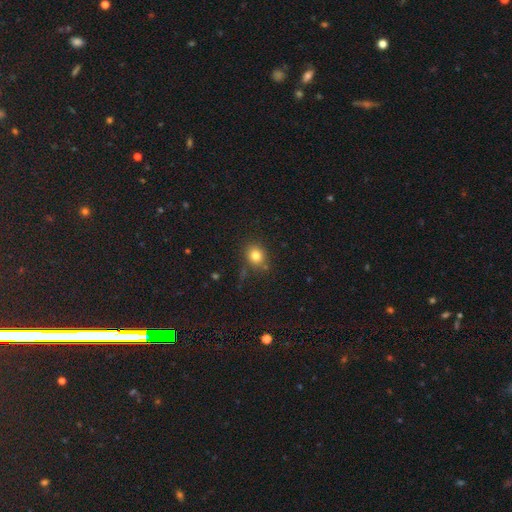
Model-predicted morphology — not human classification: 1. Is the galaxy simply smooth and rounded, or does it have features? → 81% smooth, 12% star or artifact, 7% featured or disk.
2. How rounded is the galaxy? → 70% round, 29% in between, 1% cigar-shaped.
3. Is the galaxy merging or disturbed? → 79% none, 13% minor disturbance, 5% merger, 4% major disturbance.